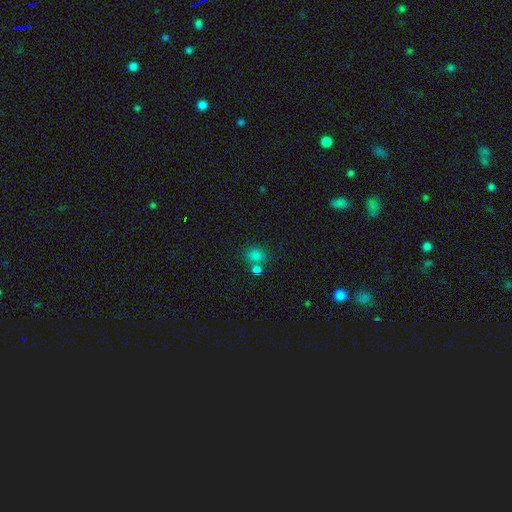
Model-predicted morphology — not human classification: type=smooth (79%); roundness=round (54%); merging=none (55%).